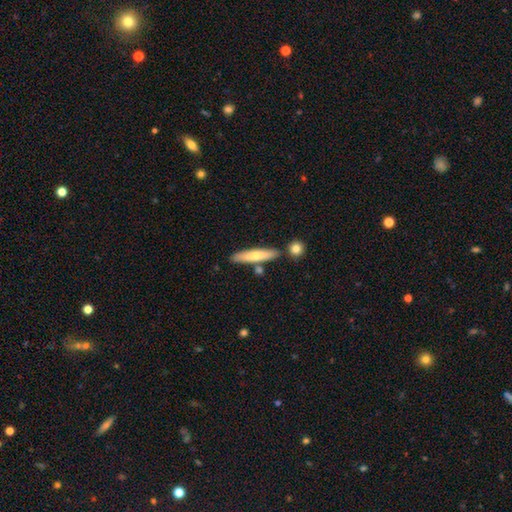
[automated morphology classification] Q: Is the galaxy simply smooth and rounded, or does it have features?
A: smooth — 64%.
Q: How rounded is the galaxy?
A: cigar-shaped — 84%.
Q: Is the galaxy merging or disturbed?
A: none — 78%.